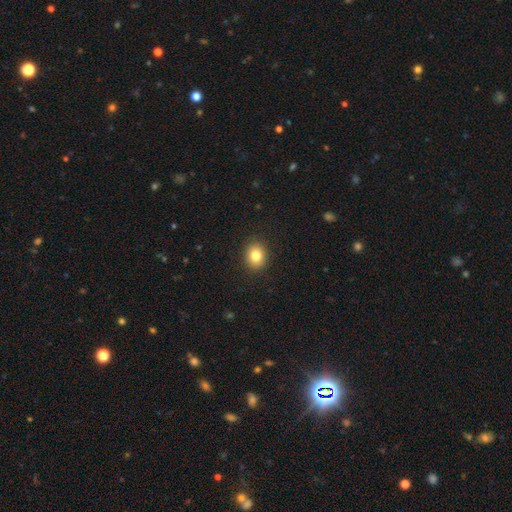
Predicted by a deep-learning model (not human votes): Smooth or featured?
  - smooth: 82% *
  - star or artifact: 10%
  - featured or disk: 8%
How rounded?
  - round: 62% *
  - in between: 37%
  - cigar-shaped: 1%
Merging?
  - none: 90% *
  - minor disturbance: 7%
  - major disturbance: 2%
  - merger: 1%